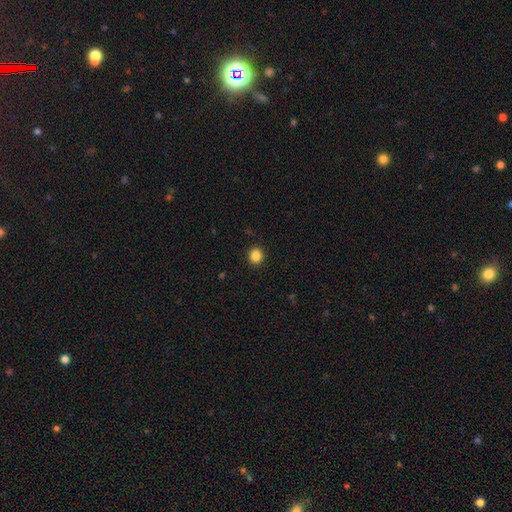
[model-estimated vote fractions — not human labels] Q: Smooth or featured?
A: smooth (86%); runner-up: star or artifact (11%)
Q: How rounded?
A: round (84%); runner-up: in between (15%)
Q: Merging?
A: none (92%); runner-up: minor disturbance (5%)